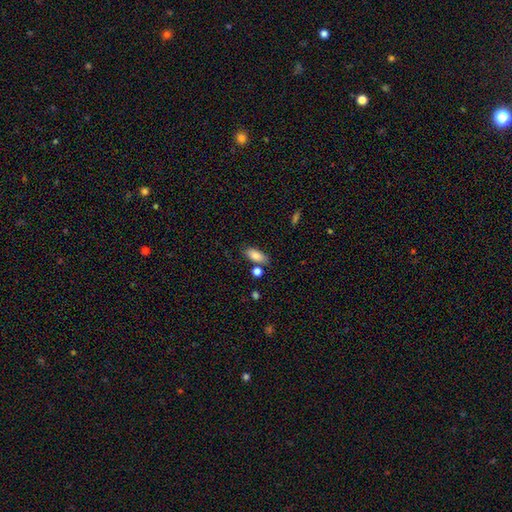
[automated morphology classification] Smooth or featured: smooth — 85% (featured or disk — 8%)
How rounded: in between — 85% (cigar-shaped — 12%)
Merging: none — 72% (minor disturbance — 14%)